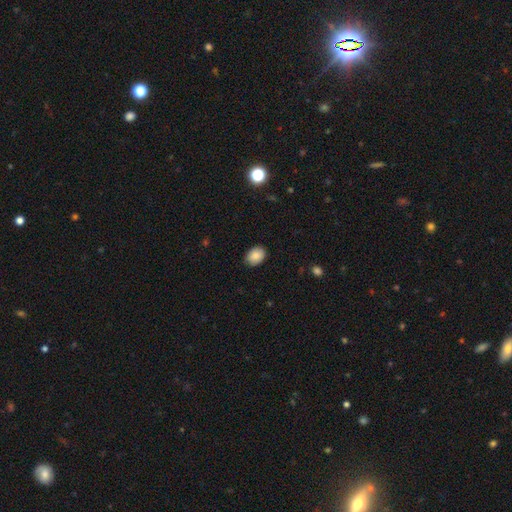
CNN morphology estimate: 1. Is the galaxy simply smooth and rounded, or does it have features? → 87% smooth, 8% star or artifact, 6% featured or disk.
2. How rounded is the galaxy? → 74% in between, 25% round, 1% cigar-shaped.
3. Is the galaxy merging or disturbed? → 86% none, 11% minor disturbance, 2% major disturbance, 1% merger.